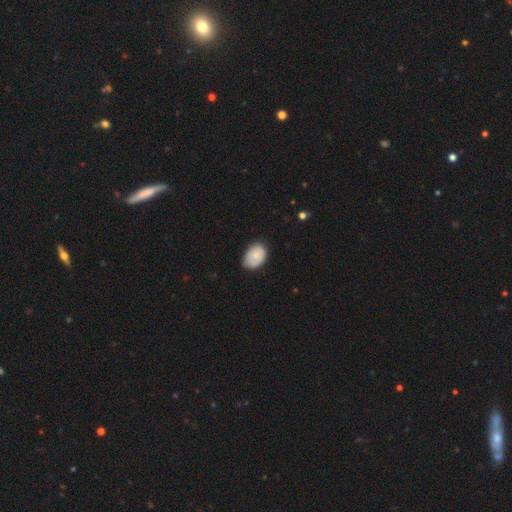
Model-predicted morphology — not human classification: Smooth or featured: smooth — 82% (featured or disk — 11%)
How rounded: in between — 79% (round — 20%)
Merging: none — 69% (minor disturbance — 26%)